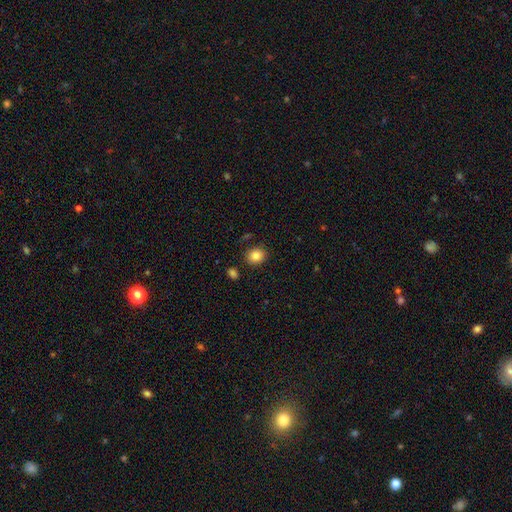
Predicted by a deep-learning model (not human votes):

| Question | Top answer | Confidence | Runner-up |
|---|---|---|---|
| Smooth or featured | smooth | 85% | star or artifact (10%) |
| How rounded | round | 64% | in between (36%) |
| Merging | none | 85% | minor disturbance (9%) |